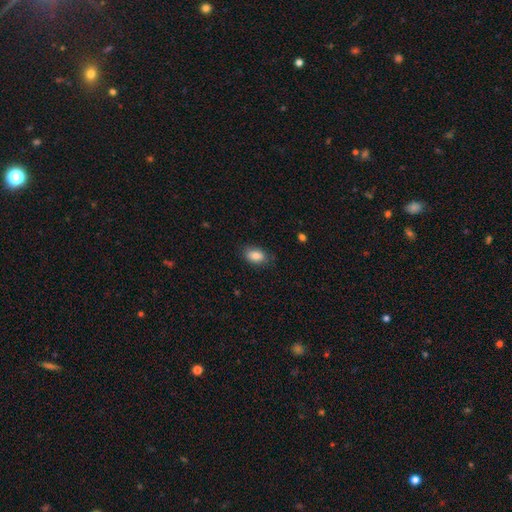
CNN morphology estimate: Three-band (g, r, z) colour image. It shows a smooth galaxy with no disk features (85%) that is in between round and cigar-shaped (87%). Merging: none (80%).